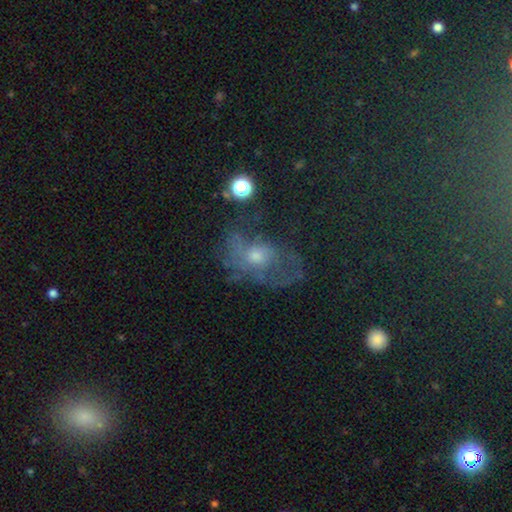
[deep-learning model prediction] featured or disk 49%, smooth 28%, star or artifact 23%. Down the decision tree: merging — none (44%).